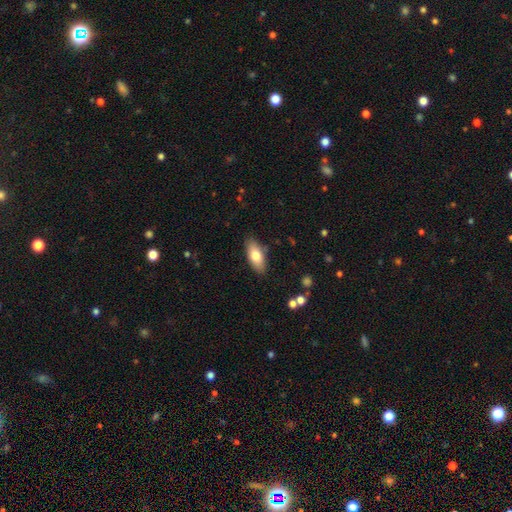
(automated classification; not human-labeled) Smooth or featured?
  - smooth: 76% *
  - featured or disk: 18%
  - star or artifact: 6%
How rounded?
  - in between: 83% *
  - cigar-shaped: 15%
  - round: 3%
Merging?
  - none: 85% *
  - minor disturbance: 11%
  - major disturbance: 2%
  - merger: 2%